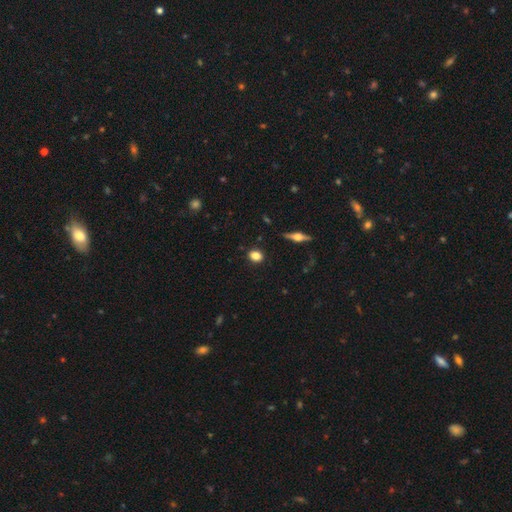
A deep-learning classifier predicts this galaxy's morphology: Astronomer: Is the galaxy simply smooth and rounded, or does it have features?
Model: smooth — 82%.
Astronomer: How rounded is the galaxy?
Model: in between — 49%, tied with round at 49%.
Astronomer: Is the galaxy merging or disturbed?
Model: none — 88%.